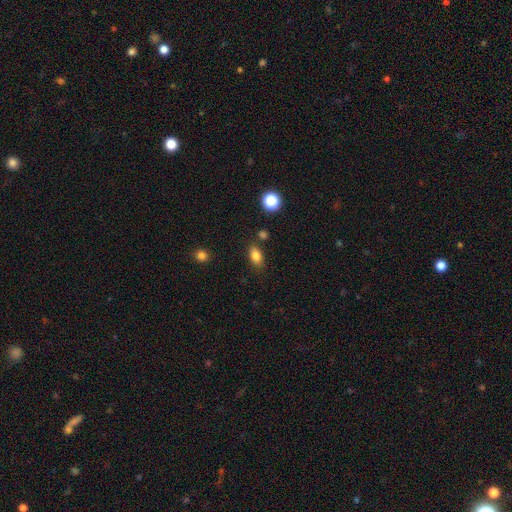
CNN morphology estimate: smooth_or_featured: smooth (p=0.83) [alt: star or artifact p=0.11]
how_rounded: in between (p=0.84) [alt: round p=0.13]
merging: none (p=0.79) [alt: minor disturbance p=0.13]